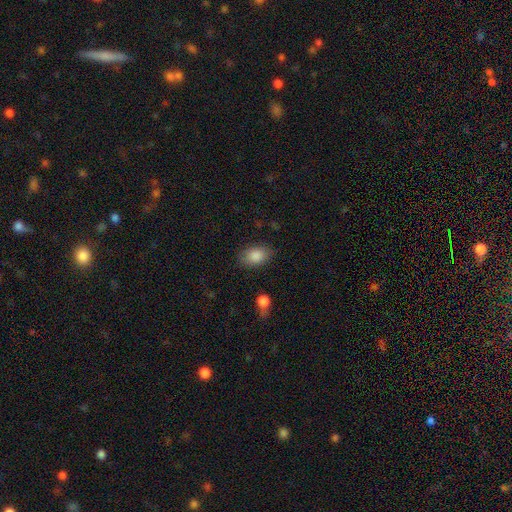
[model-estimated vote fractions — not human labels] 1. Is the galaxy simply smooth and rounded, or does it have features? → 87% smooth, 7% star or artifact, 6% featured or disk.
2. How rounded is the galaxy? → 84% in between, 14% round, 1% cigar-shaped.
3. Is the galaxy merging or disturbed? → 81% none, 13% minor disturbance, 4% major disturbance, 2% merger.